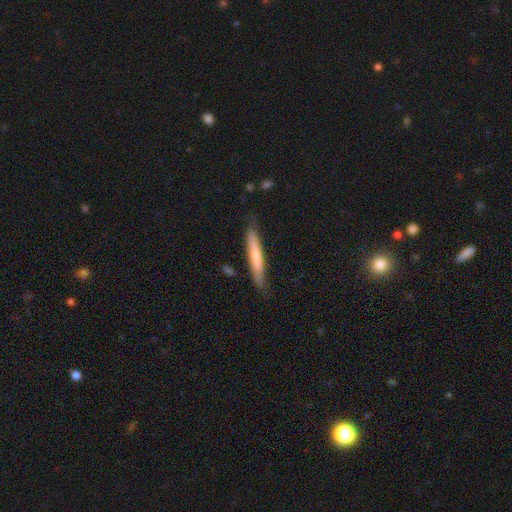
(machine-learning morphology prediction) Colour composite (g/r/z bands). It shows a smooth galaxy with no disk features (63%) that is cigar-shaped (94%). Merging: none (79%).